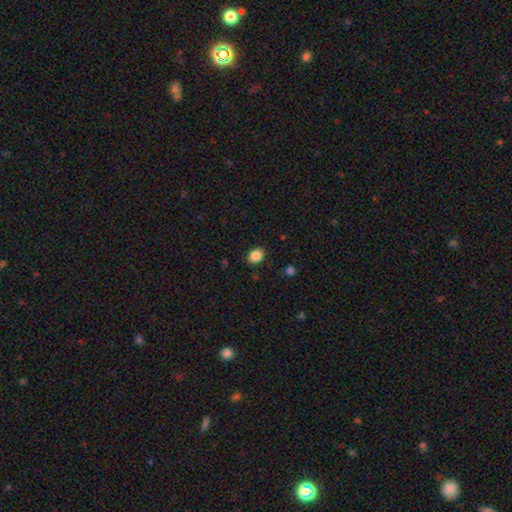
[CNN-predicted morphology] Overall: smooth (86%). How rounded: in between (66%; round 33%). Merging: none (87%).